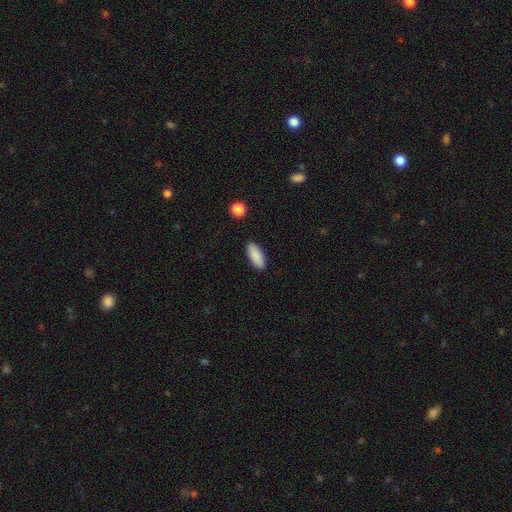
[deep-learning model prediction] A smooth galaxy with no disk features (89%) that is in between round and cigar-shaped (81%). Merging: none (89%).